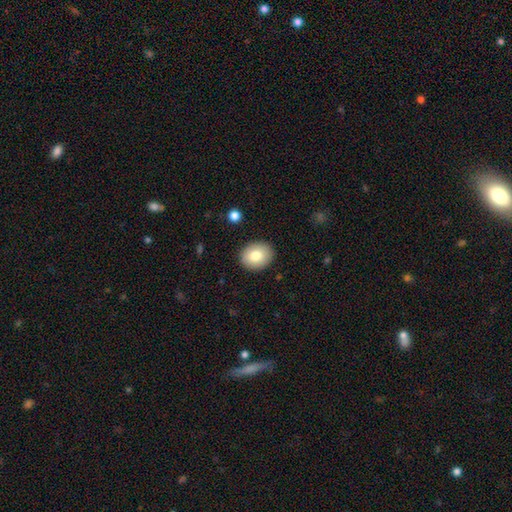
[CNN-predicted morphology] A smooth galaxy with no disk features (81%) that is round (54%). Merging: none (89%).